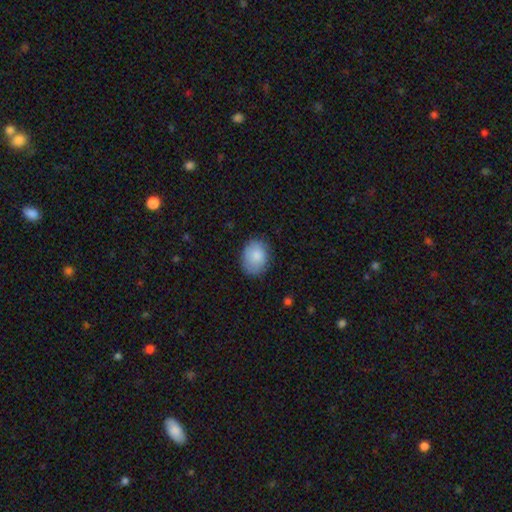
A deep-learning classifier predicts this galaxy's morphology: The model was most divided on "how rounded": in between: 64%, round: 35%, cigar-shaped: 1%. More confident: smooth or featured — smooth (82%); merging — none (79%).